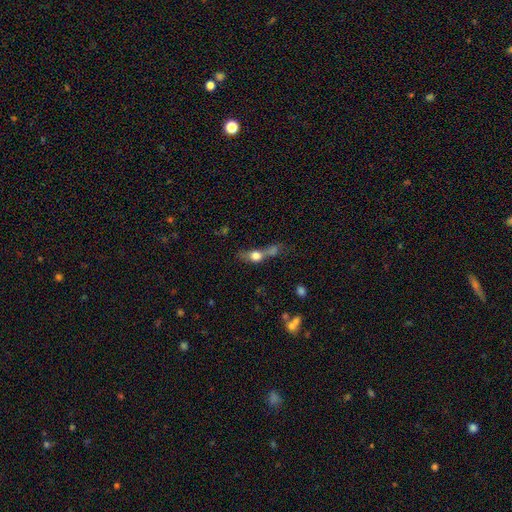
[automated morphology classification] smooth 61%, featured or disk 27%, star or artifact 12%. Down the decision tree: how rounded — in between (42%); merging — merger (44%).